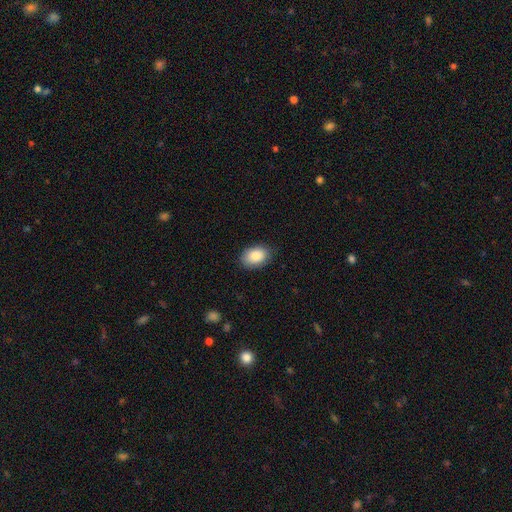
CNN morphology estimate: Smooth or featured? smooth (88%)
How rounded? in between (87%)
Merging? none (83%)